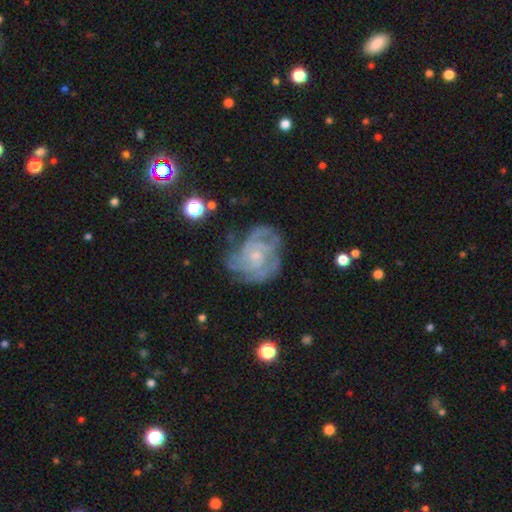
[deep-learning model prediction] The model was most divided on "spiral arm count": can't tell: 30%, 3: 24%, 4: 21%, 2: 13%, more than 4: 7%, 1: 6%. More confident: edge-on disk — no (98%); spiral arms — yes (94%); smooth or featured — featured or disk (83%); bulge size — small (71%); bar — no (70%); merging — none (63%); spiral winding — tight (57%).